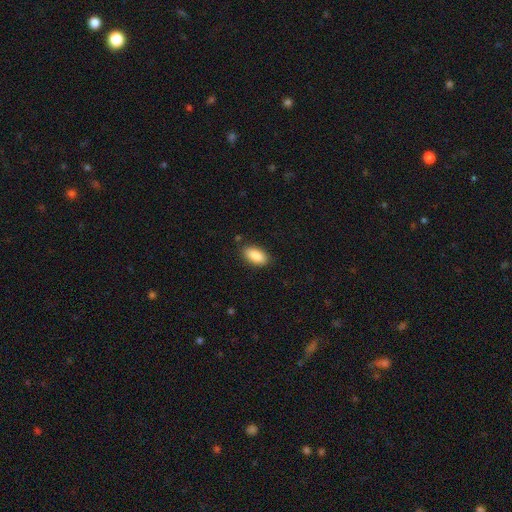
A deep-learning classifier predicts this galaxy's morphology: This appears to be a smooth galaxy with no disk features (89%) that is in between round and cigar-shaped (92%). Merging: none (84%).